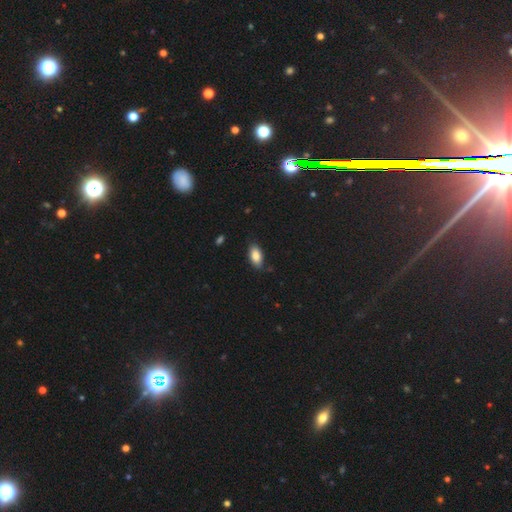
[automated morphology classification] The model was most divided on "merging": none: 82%, minor disturbance: 14%, major disturbance: 3%, merger: 1%. More confident: how rounded — in between (91%); smooth or featured — smooth (86%).